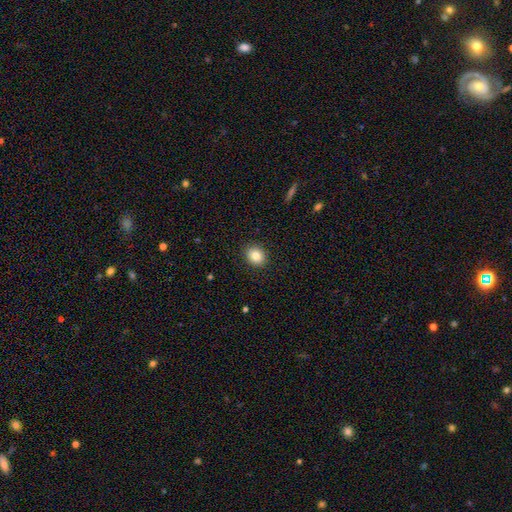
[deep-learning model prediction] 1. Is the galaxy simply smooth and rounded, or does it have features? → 84% smooth, 9% star or artifact, 7% featured or disk.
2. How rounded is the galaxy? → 63% round, 36% in between, 1% cigar-shaped.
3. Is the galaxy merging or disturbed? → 90% none, 7% minor disturbance, 2% major disturbance, 1% merger.